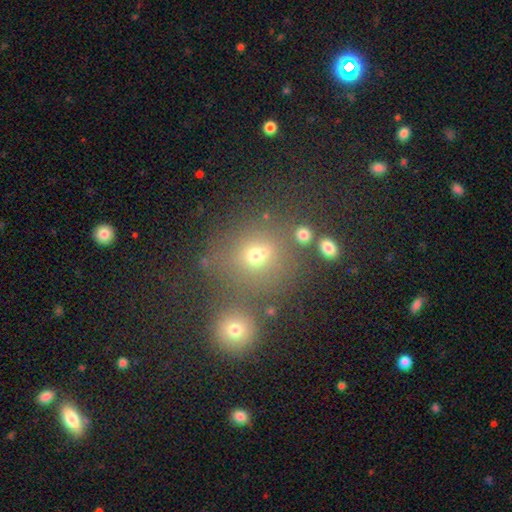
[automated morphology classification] Smooth or featured: smooth — 62% (star or artifact — 26%)
How rounded: round — 75% (in between — 23%)
Merging: none — 63% (merger — 19%)